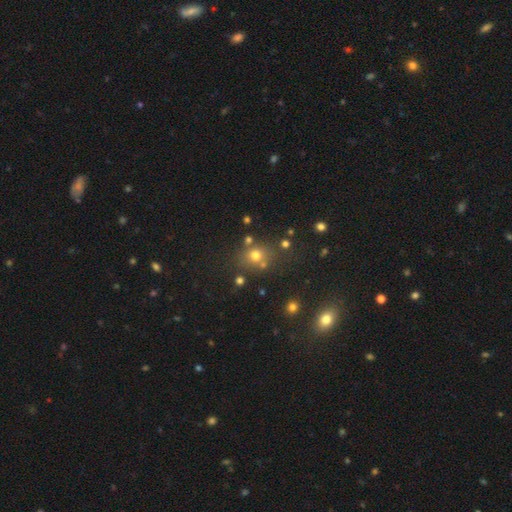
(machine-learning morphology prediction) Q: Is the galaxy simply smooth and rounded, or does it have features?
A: smooth — 68%.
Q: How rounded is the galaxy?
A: round — 75%.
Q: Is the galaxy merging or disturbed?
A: none — 70%.